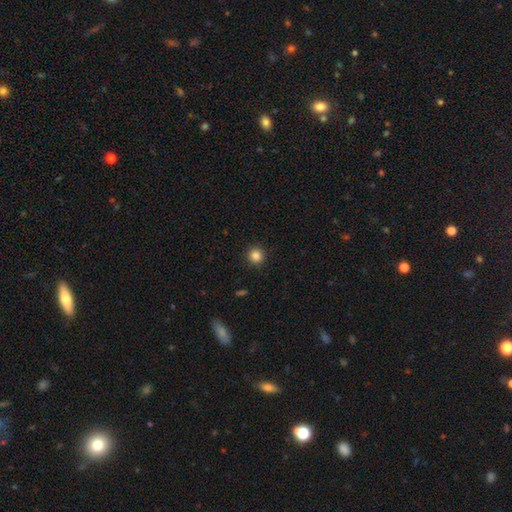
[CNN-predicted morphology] smooth 85%, star or artifact 11%, featured or disk 4%. Down the decision tree: how rounded — round (94%); merging — none (92%).